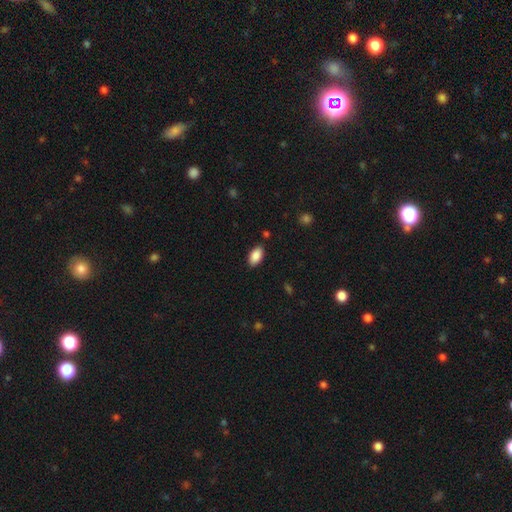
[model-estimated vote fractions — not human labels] A smooth galaxy with no disk features (88%) that is in between round and cigar-shaped (94%). Merging: none (85%).